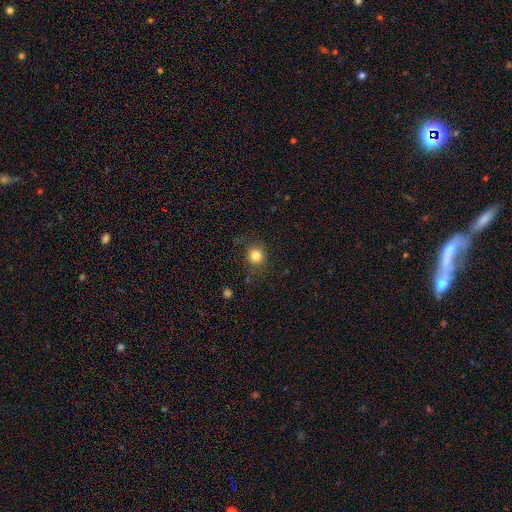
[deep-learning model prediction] smooth_or_featured: smooth (p=0.82) [alt: star or artifact p=0.12]
how_rounded: round (p=0.87) [alt: in between p=0.12]
merging: none (p=0.84) [alt: minor disturbance p=0.11]